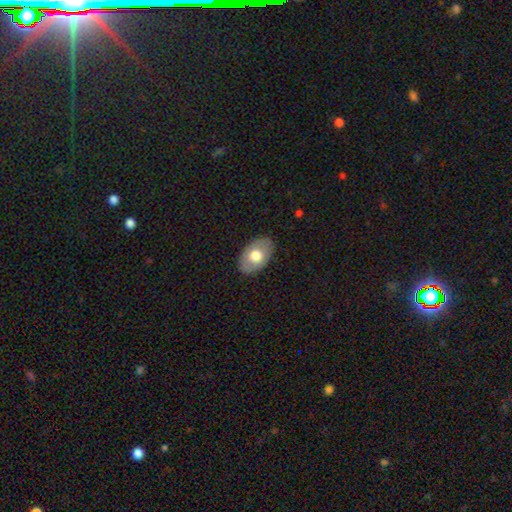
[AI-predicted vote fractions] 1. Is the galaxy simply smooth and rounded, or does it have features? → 64% smooth, 30% featured or disk, 6% star or artifact.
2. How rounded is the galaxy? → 88% in between, 11% round, 1% cigar-shaped.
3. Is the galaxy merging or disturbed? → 85% none, 11% minor disturbance, 3% major disturbance, 1% merger.